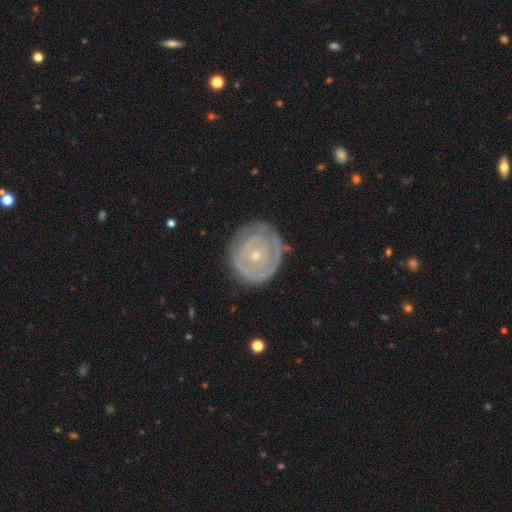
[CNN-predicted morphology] Smooth or featured?
  - featured or disk: 73% *
  - smooth: 21%
  - star or artifact: 6%
Edge-on disk?
  - no: 97% *
  - yes: 3%
Bar?
  - no: 84% *
  - weak: 13%
  - strong: 3%
Spiral arms?
  - yes: 72% *
  - no: 28%
Spiral winding?
  - tight: 82% *
  - medium: 13%
  - loose: 5%
Spiral arm count?
  - can't tell: 51% *
  - 2: 20%
  - 3: 10%
  - 1: 10%
  - 4: 5%
  - more than 4: 4%
Bulge size?
  - small: 77% *
  - moderate: 20%
  - none: 1%
  - large: 1%
  - dominant: 1%
Merging?
  - none: 75% *
  - minor disturbance: 18%
  - major disturbance: 6%
  - merger: 1%